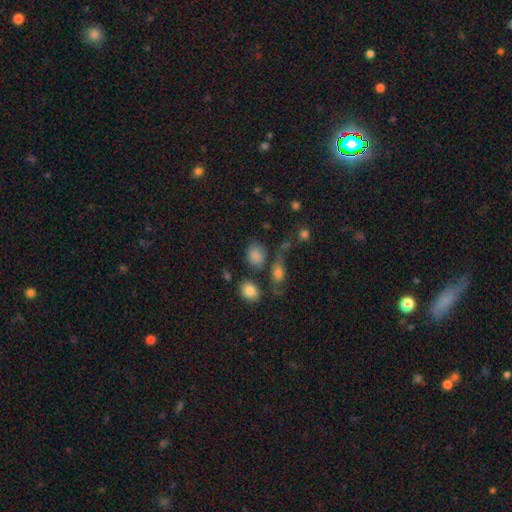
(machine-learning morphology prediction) Smooth or featured?
  - smooth: 82% *
  - star or artifact: 11%
  - featured or disk: 8%
How rounded?
  - in between: 53% *
  - round: 45%
  - cigar-shaped: 2%
Merging?
  - none: 59% *
  - minor disturbance: 18%
  - merger: 13%
  - major disturbance: 9%